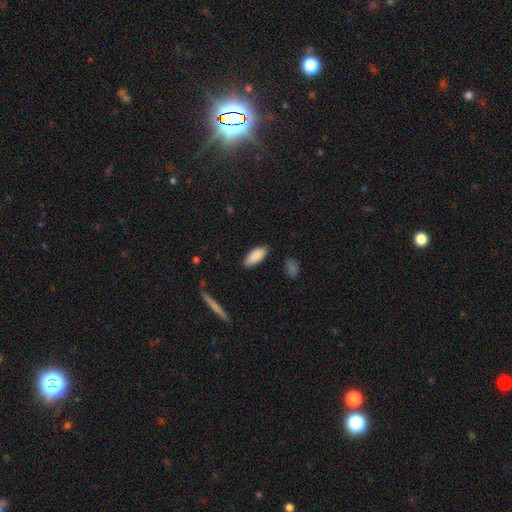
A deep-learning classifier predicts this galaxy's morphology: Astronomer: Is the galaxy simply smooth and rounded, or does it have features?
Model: smooth — 89%.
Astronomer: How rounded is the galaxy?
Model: in between — 85%.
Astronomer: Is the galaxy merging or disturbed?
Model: none — 84%.